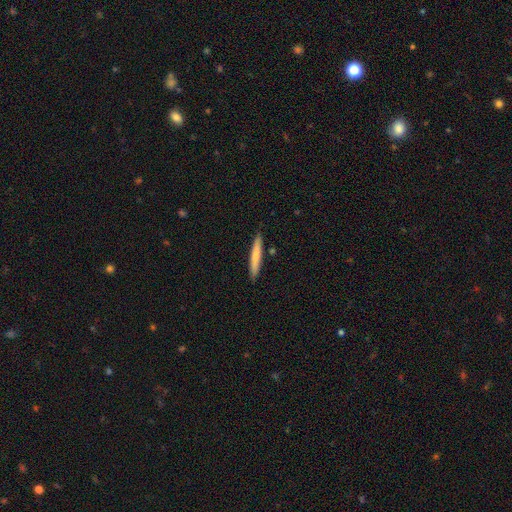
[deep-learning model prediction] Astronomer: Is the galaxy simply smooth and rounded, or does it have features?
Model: smooth — 73%.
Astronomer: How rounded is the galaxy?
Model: cigar-shaped — 95%.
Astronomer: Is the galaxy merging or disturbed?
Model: none — 88%.